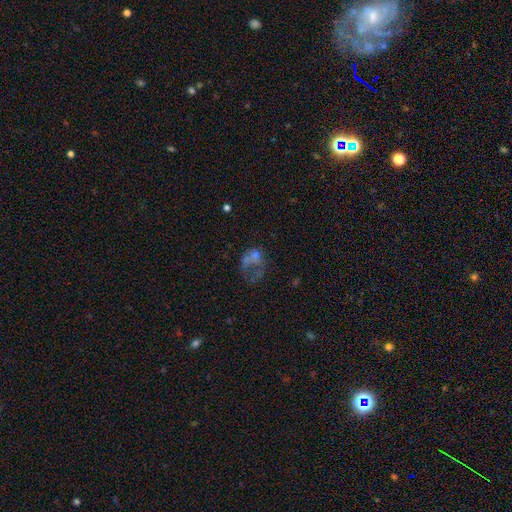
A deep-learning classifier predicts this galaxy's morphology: A featured or disk galaxy (45%).

Vote fractions:
- Smooth or featured? featured or disk: 45% / smooth: 36% / star or artifact: 19%
- Merging? major disturbance: 38% / none: 27% / merger: 21% / minor disturbance: 14%